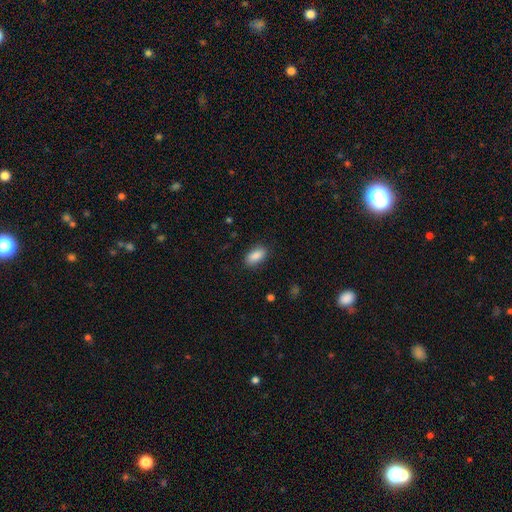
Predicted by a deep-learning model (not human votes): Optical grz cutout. It shows a smooth galaxy with no disk features (88%) that is in between round and cigar-shaped (91%). Merging: none (86%).